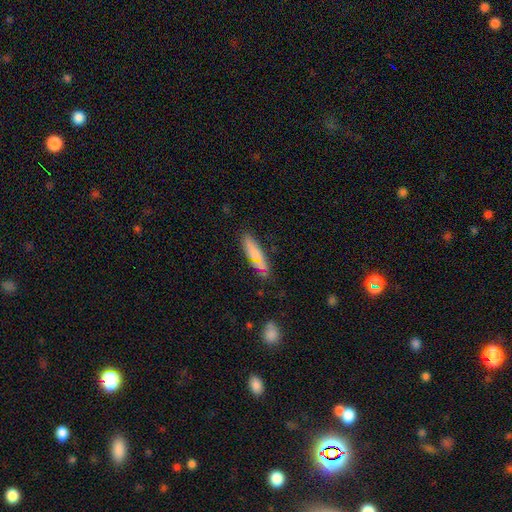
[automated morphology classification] Smooth or featured: smooth — 71% (featured or disk — 20%)
How rounded: cigar-shaped — 66% (in between — 32%)
Merging: none — 74% (minor disturbance — 18%)